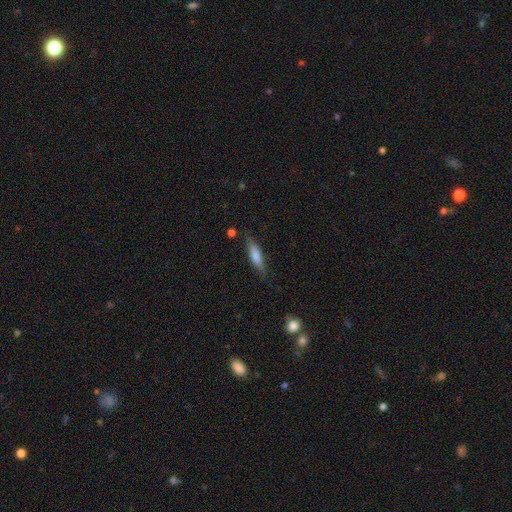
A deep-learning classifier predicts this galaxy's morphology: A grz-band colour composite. It shows a smooth galaxy with no disk features (71%) that is cigar-shaped (68%). Merging: none (77%).